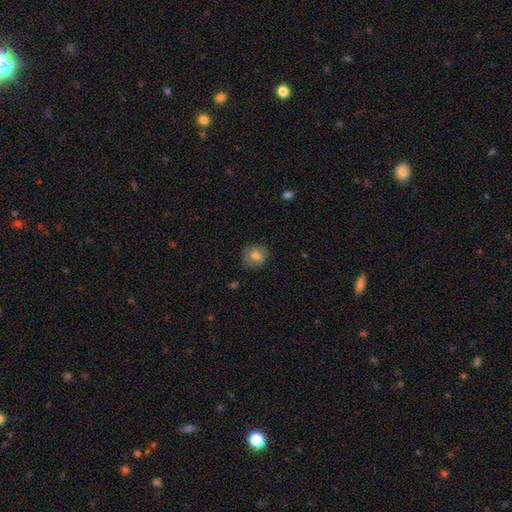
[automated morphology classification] This is likely a smooth galaxy (67%). How rounded: likely round (73%). Merging: likely none (76%).